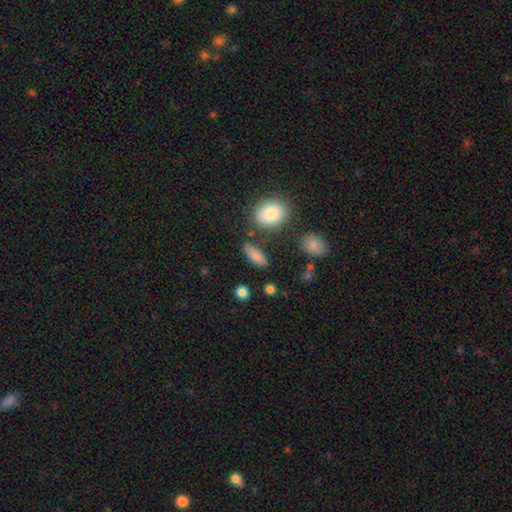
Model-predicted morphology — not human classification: Smooth or featured? smooth (82%)
How rounded? in between (64%)
Merging? none (78%)